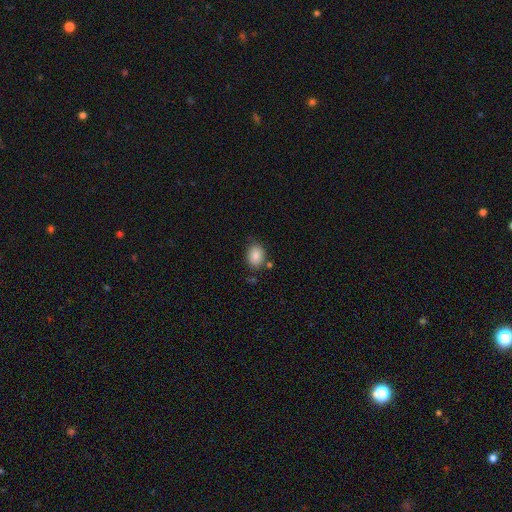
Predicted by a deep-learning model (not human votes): Q: Smooth or featured?
A: smooth (86%); runner-up: star or artifact (8%)
Q: How rounded?
A: in between (68%); runner-up: round (31%)
Q: Merging?
A: none (74%); runner-up: minor disturbance (16%)